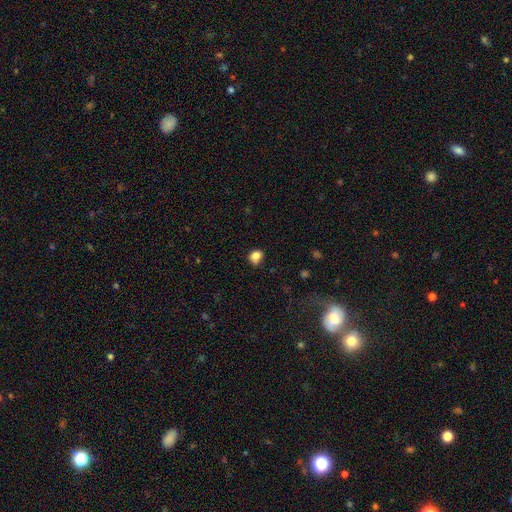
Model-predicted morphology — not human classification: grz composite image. It shows a smooth galaxy with no disk features (81%) that is round (54%). Merging: none (54%).